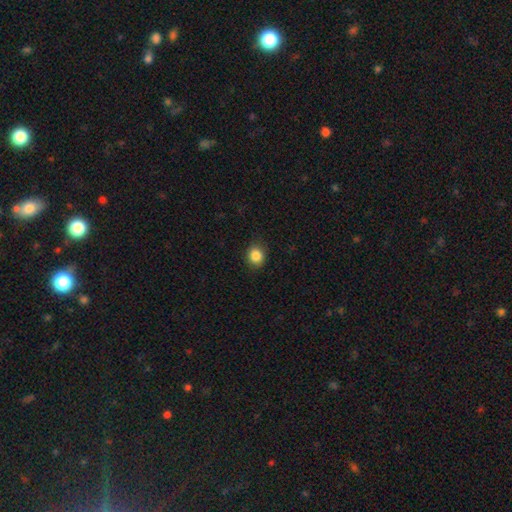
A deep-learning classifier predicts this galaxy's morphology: This appears to be a smooth galaxy with no disk features (86%) that is round (73%). Merging: none (86%).